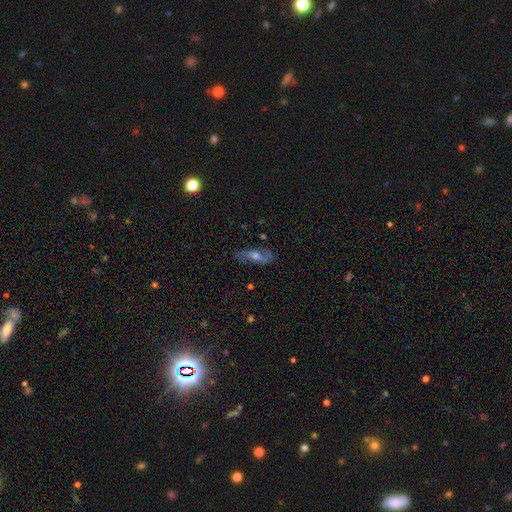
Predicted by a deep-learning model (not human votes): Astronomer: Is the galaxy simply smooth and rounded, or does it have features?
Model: featured or disk — 65%.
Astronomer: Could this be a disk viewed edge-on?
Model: no — 77%.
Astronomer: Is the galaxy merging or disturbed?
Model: none — 76%.